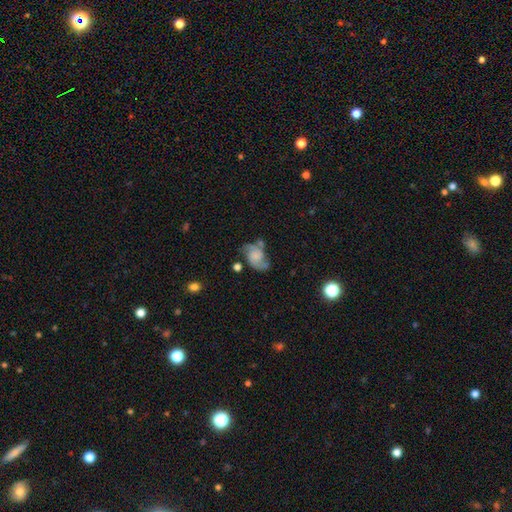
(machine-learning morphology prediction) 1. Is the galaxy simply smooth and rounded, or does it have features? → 71% featured or disk, 20% smooth, 8% star or artifact.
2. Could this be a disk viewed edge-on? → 98% no, 2% yes.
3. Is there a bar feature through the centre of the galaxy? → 68% no, 27% weak, 5% strong.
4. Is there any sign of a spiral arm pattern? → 93% yes, 7% no.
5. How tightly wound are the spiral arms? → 45% medium, 36% loose, 19% tight.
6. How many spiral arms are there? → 88% 2, 5% can't tell, 3% 1, 2% 3, 1% 4, 1% more than 4.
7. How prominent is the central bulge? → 42% none, 33% small, 15% moderate, 7% large, 3% dominant.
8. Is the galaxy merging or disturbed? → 50% none, 24% minor disturbance, 15% major disturbance, 10% merger.